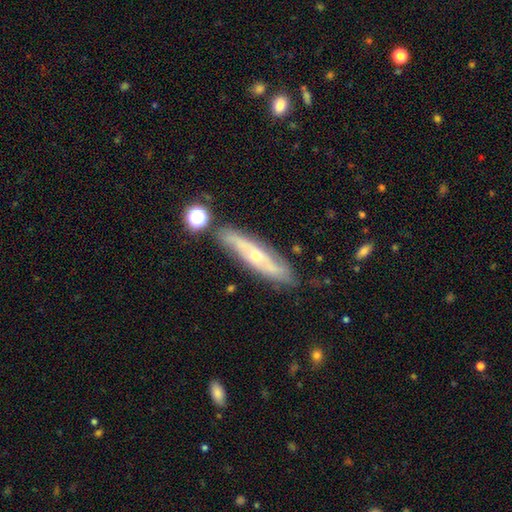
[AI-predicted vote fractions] Smooth or featured? featured or disk (67%)
Edge-on disk? no (56%)
Merging? none (75%)